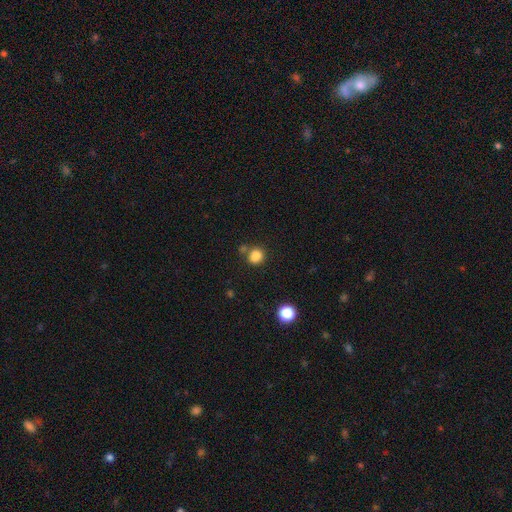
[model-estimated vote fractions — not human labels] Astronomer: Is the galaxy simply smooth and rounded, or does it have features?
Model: smooth — 83%.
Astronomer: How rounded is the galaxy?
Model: round — 74%.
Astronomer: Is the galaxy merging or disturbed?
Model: none — 66%.